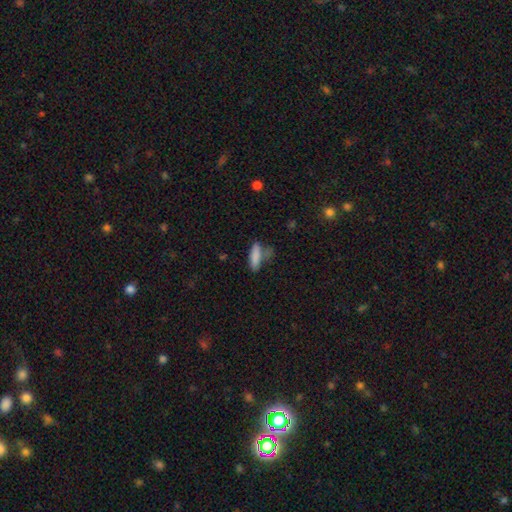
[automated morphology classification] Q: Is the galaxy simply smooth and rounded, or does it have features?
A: smooth — 82%.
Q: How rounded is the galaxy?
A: cigar-shaped — 57%.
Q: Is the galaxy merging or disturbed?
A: none — 54%.